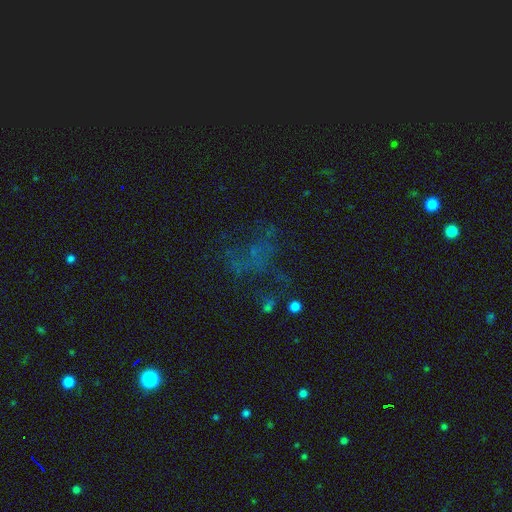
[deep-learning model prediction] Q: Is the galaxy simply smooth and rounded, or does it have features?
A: star or artifact — 42%.